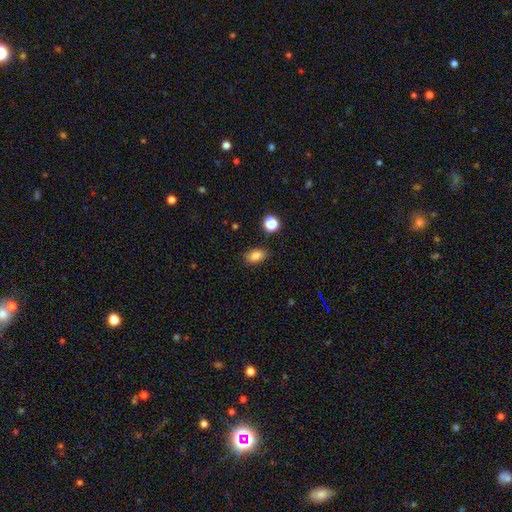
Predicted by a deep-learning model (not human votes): Morphology: type=smooth (85%); roundness=in between (85%); merging=none (83%).